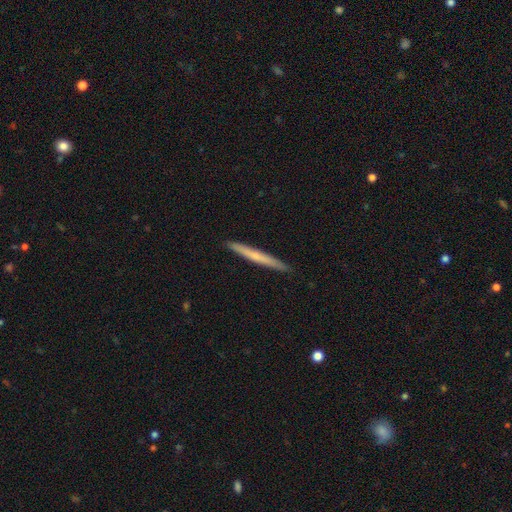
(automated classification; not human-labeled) A smooth galaxy with no disk features (51%) that is cigar-shaped (97%). Merging: none (92%).